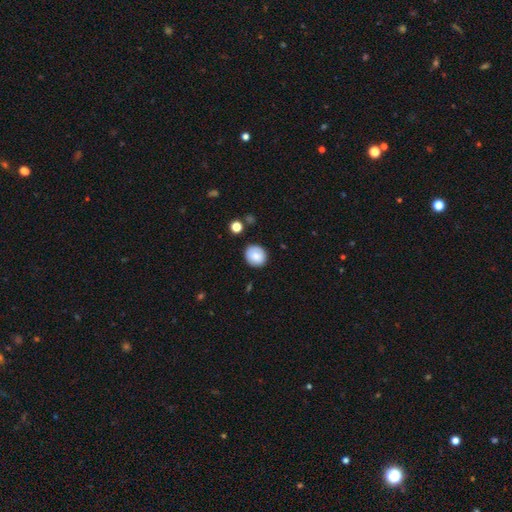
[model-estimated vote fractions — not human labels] smooth-or-featured: smooth: 84% | star or artifact: 8% | featured or disk: 7%
  how-rounded: round: 77% | in between: 22% | cigar-shaped: 1%
  merging: none: 84% | minor disturbance: 11% | major disturbance: 2% | merger: 2%